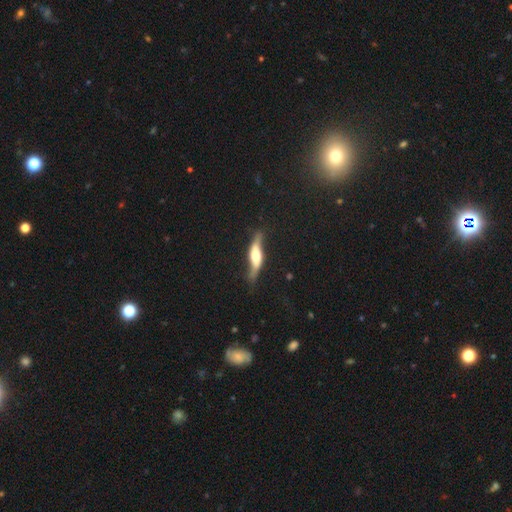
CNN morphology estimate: Overall: featured or disk (71%). Edge-on disk: yes (62%; no 38%). Merging: none (65%).